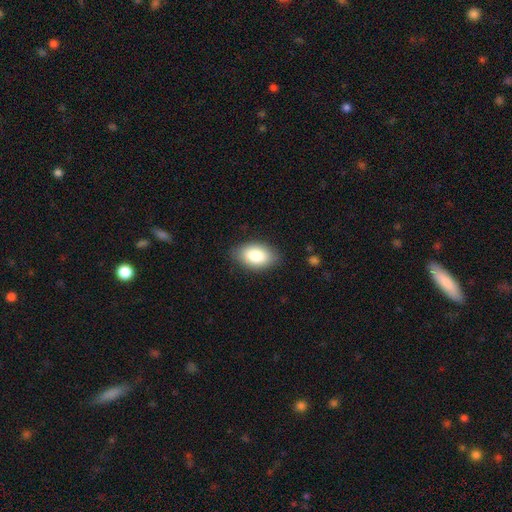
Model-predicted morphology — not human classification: Smooth or featured? smooth (84%)
How rounded? in between (92%)
Merging? none (83%)